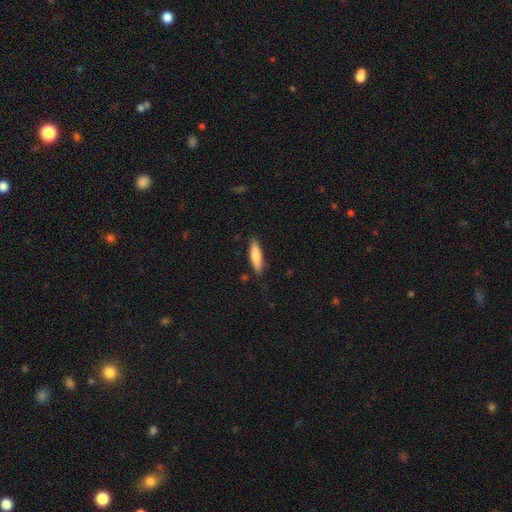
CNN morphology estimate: Q: Smooth or featured?
A: smooth (78%); runner-up: featured or disk (17%)
Q: How rounded?
A: cigar-shaped (70%); runner-up: in between (29%)
Q: Merging?
A: none (82%); runner-up: minor disturbance (14%)